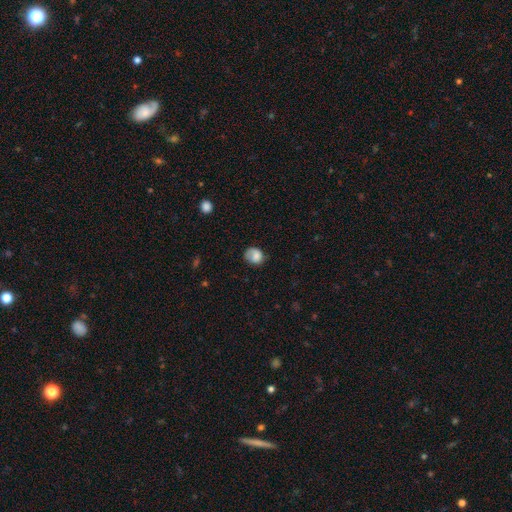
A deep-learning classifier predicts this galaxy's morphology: This appears to be a smooth galaxy with no disk features (77%) that is round (60%). Merging: none (54%).